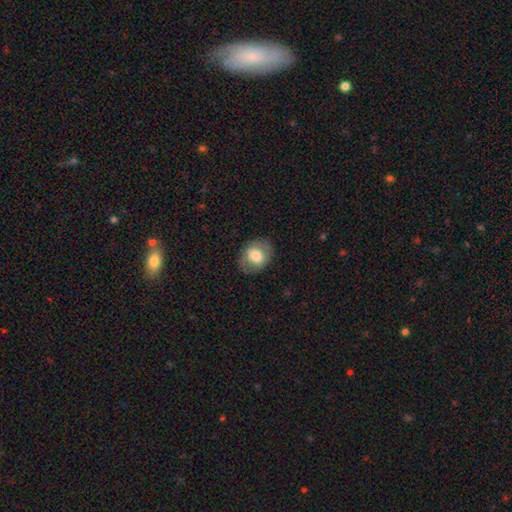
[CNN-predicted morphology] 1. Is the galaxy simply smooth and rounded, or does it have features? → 68% smooth, 25% featured or disk, 7% star or artifact.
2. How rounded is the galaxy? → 58% in between, 41% round, 1% cigar-shaped.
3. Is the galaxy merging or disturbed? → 83% none, 12% minor disturbance, 5% major disturbance, 1% merger.